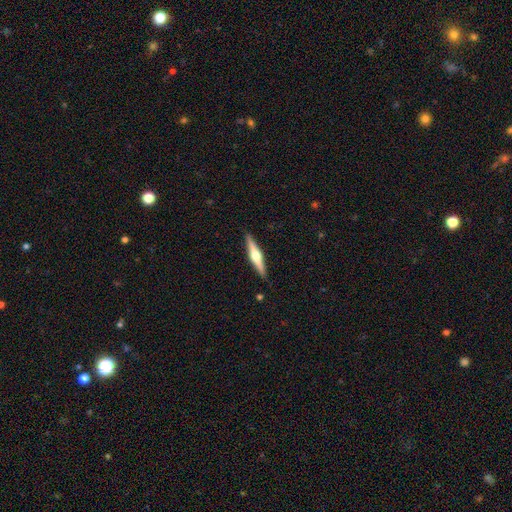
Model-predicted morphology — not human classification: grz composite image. It shows a featured or disk galaxy (68%) viewed edge-on (98%) with a rounded central bulge (91%). Merging: none (91%).